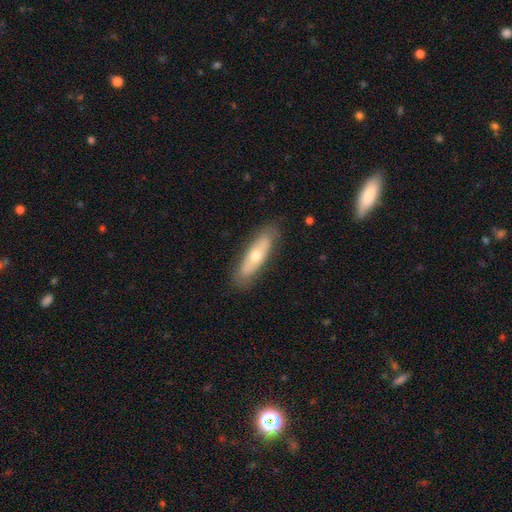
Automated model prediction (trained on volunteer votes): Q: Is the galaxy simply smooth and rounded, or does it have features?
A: smooth — 53%.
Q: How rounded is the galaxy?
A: cigar-shaped — 56%.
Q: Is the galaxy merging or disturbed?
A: none — 83%.